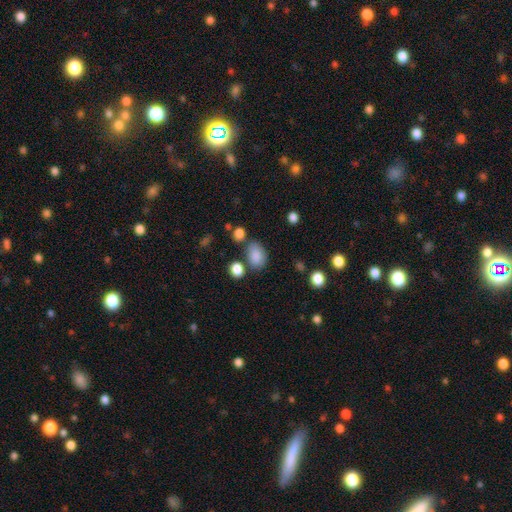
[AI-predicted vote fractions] smooth-or-featured: smooth: 85% | star or artifact: 9% | featured or disk: 6%
  how-rounded: in between: 81% | round: 18% | cigar-shaped: 1%
  merging: none: 68% | minor disturbance: 17% | merger: 10% | major disturbance: 5%